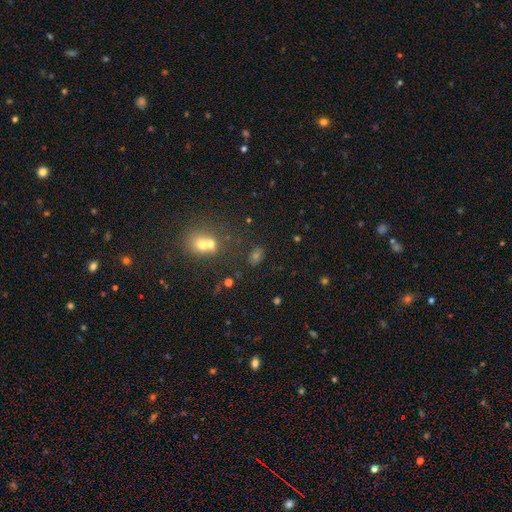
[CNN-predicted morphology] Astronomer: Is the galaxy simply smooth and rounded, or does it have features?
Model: smooth — 55% (runner-up: star or artifact, 32%).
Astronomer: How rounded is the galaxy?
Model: in between — 62%.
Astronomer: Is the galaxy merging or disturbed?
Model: none — 61%.